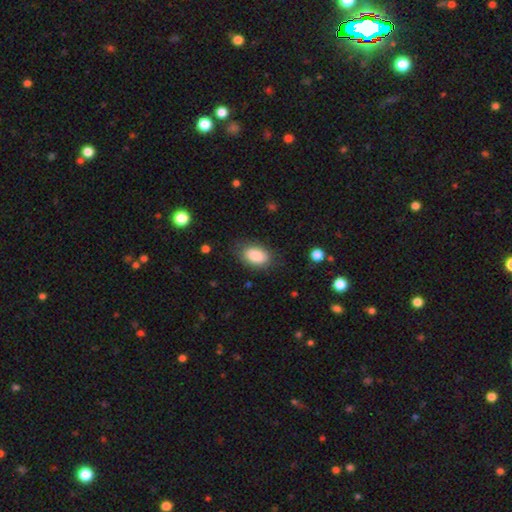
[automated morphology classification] smooth 88%, star or artifact 7%, featured or disk 5%. Down the decision tree: how rounded — in between (91%); merging — none (80%).